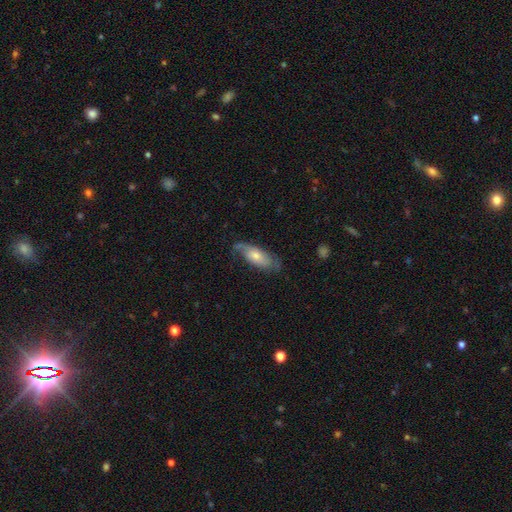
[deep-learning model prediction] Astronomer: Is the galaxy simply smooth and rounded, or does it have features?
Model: smooth — 48% (runner-up: featured or disk, 46%).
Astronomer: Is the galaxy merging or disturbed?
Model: none — 61%.